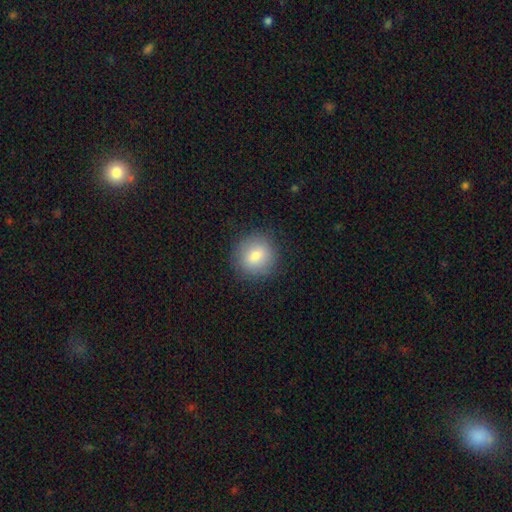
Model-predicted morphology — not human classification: This appears to be a smooth galaxy with no disk features (80%) that is round (89%). Merging: none (88%).